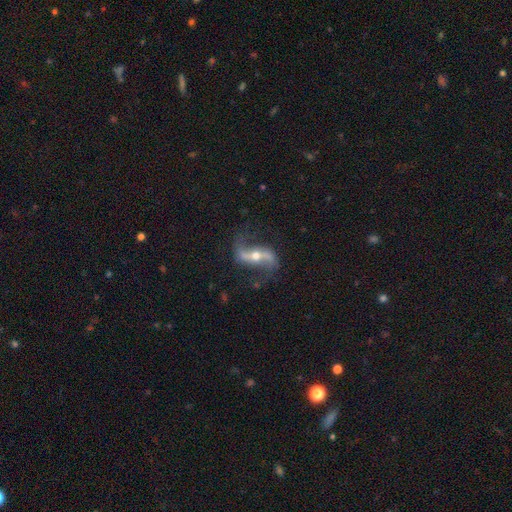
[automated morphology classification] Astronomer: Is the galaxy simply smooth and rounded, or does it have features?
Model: featured or disk — 88%.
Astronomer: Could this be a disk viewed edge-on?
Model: no — 91%.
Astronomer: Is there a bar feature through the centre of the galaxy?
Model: strong — 48% (runner-up: no, 27%).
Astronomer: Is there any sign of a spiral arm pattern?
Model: yes — 95%.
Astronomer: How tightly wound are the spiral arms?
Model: loose — 82%.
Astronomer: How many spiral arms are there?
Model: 2 — 94%.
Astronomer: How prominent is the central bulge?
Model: moderate — 59% (runner-up: small, 35%).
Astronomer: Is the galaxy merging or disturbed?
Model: none — 77%.